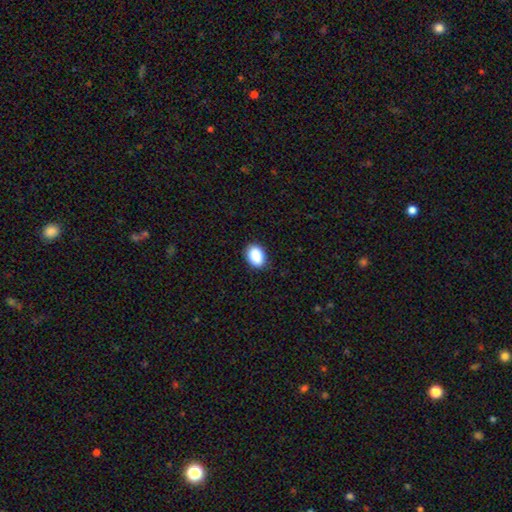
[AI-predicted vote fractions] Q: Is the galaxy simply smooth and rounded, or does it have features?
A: smooth — 90%.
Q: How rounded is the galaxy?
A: in between — 78%.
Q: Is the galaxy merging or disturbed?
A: none — 88%.